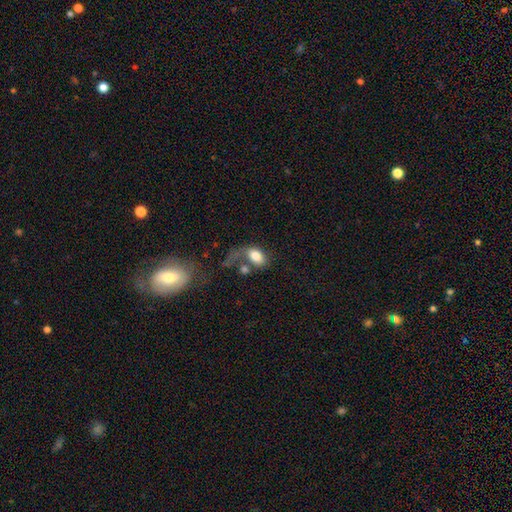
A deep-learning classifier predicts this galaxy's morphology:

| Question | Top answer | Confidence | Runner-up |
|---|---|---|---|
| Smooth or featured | smooth | 76% | featured or disk (16%) |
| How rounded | in between | 85% | round (13%) |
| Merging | major disturbance | 31% | none (28%) |